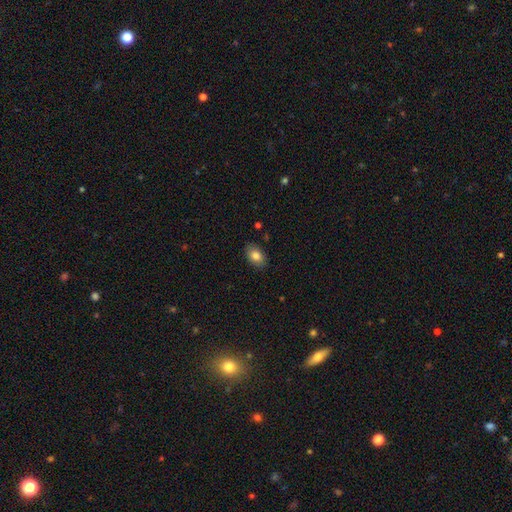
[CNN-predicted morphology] A smooth galaxy with no disk features (83%) that is in between round and cigar-shaped (86%).

Vote fractions:
- Smooth or featured? smooth: 83% / featured or disk: 9% / star or artifact: 8%
- How rounded? in between: 86% / round: 13% / cigar-shaped: 1%
- Merging? none: 87% / minor disturbance: 10% / major disturbance: 2% / merger: 1%